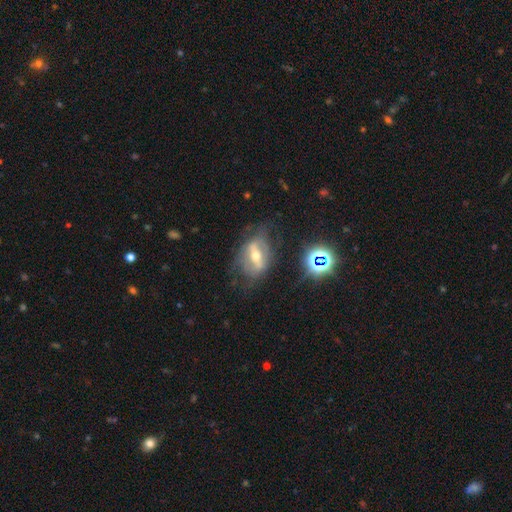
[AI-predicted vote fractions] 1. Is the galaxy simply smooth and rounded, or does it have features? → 72% featured or disk, 16% smooth, 12% star or artifact.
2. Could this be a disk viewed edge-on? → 84% no, 16% yes.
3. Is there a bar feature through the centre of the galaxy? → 65% strong, 23% weak, 12% no.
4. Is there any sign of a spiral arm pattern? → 51% no, 49% yes.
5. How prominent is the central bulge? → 66% moderate, 25% small, 6% large, 1% none, 1% dominant.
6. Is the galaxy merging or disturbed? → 57% none, 23% minor disturbance, 17% major disturbance, 3% merger.